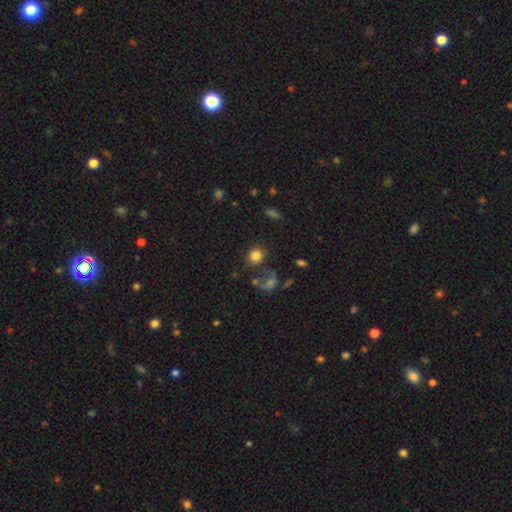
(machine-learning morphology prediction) Smooth or featured? Predicted: smooth (p=0.80). How rounded? Predicted: round (p=0.84). Merging? Predicted: none (p=0.68).